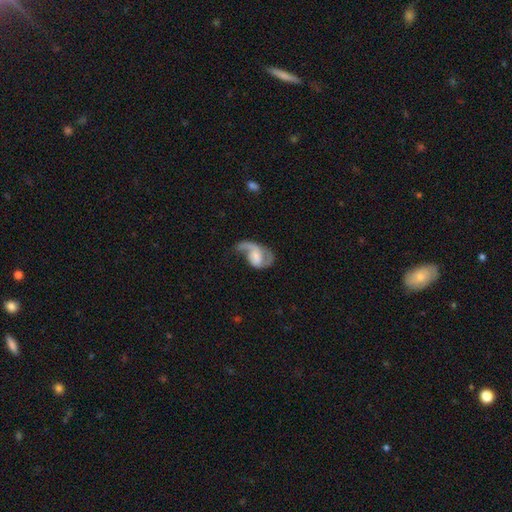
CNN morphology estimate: smooth_or_featured: featured or disk (p=0.70) [alt: smooth p=0.23]
disk_edge_on: no (p=0.97) [alt: yes p=0.03]
bar: no (p=0.49) [alt: weak p=0.40]
has_spiral_arms: yes (p=0.87) [alt: no p=0.13]
spiral_winding: loose (p=0.54) [alt: medium p=0.34]
spiral_arm_count: 2 (p=0.48) [alt: 1 p=0.44]
bulge_size: small (p=0.30) [alt: moderate p=0.28]
merging: major disturbance (p=0.45) [alt: none p=0.29]